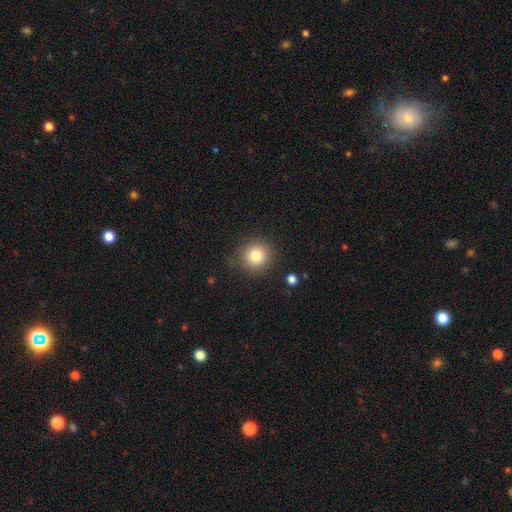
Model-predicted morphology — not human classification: Smooth or featured? smooth (81%)
How rounded? round (93%)
Merging? none (85%)